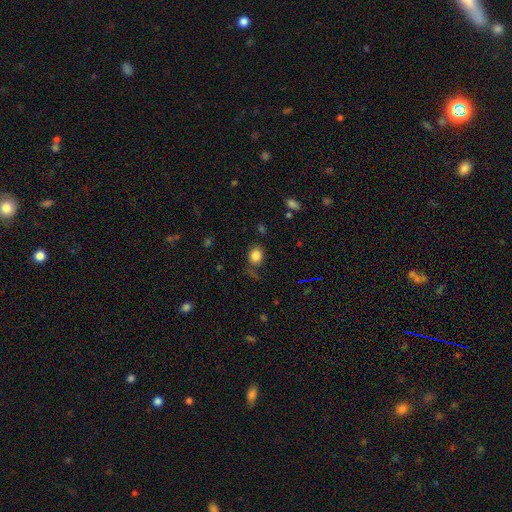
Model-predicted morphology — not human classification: smooth 83%, star or artifact 11%, featured or disk 6%. Down the decision tree: how rounded — round (61%); merging — none (71%).